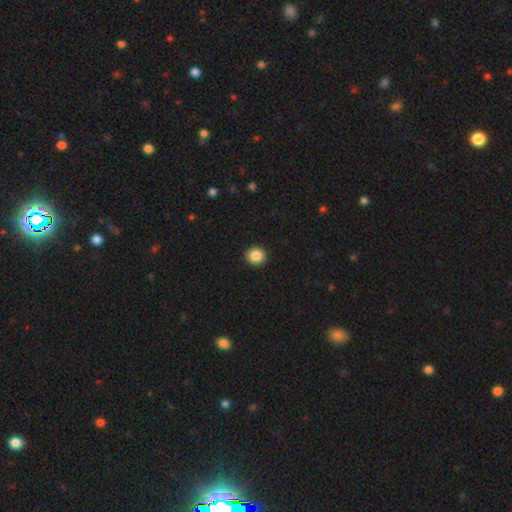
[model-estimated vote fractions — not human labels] This appears to be a smooth galaxy with no disk features (87%) that is round (91%). Merging: none (93%).